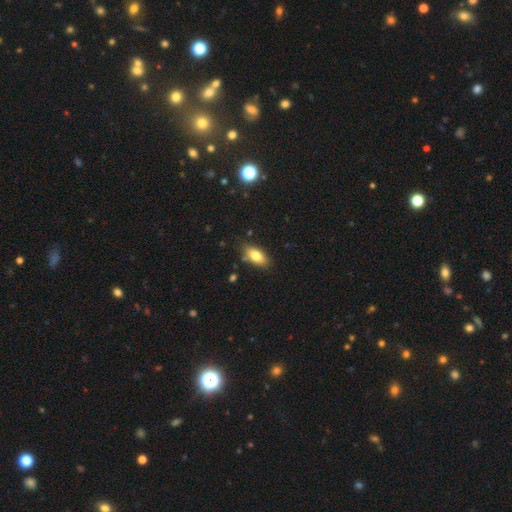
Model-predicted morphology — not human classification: Smooth or featured: smooth — 80% (featured or disk — 12%)
How rounded: in between — 88% (cigar-shaped — 8%)
Merging: none — 81% (minor disturbance — 14%)